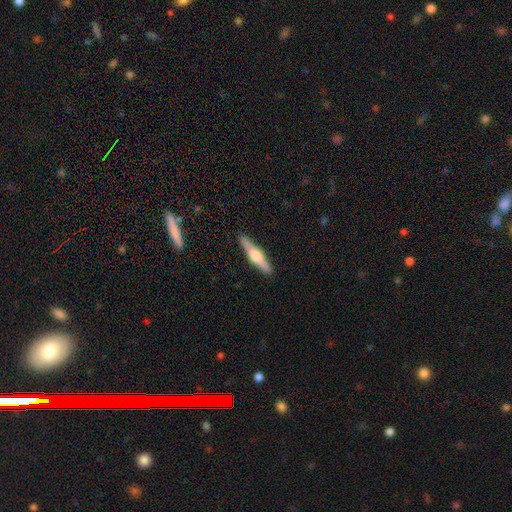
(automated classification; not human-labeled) This is possibly a featured or disk galaxy (59%). It is clearly viewed edge-on (96%). Edge-on bulge: clearly rounded (90%). Merging: clearly none (90%).